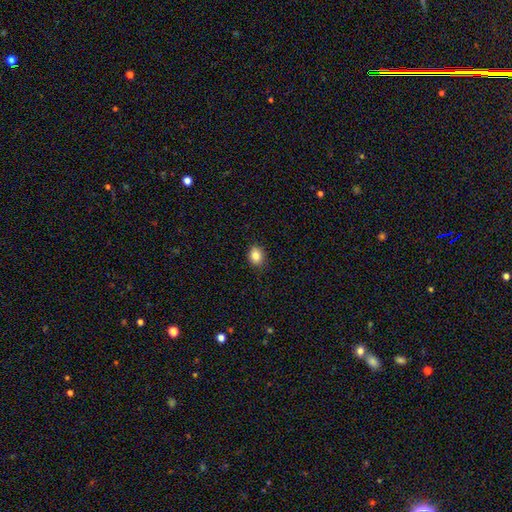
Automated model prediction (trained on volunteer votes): smooth 84%, star or artifact 9%, featured or disk 6%. Down the decision tree: how rounded — in between (53%); merging — none (84%).